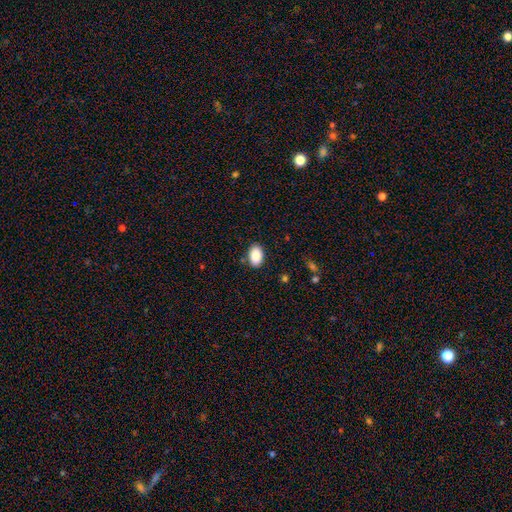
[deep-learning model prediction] This appears to be a smooth galaxy with no disk features (89%) that is in between round and cigar-shaped (91%). Merging: none (86%).